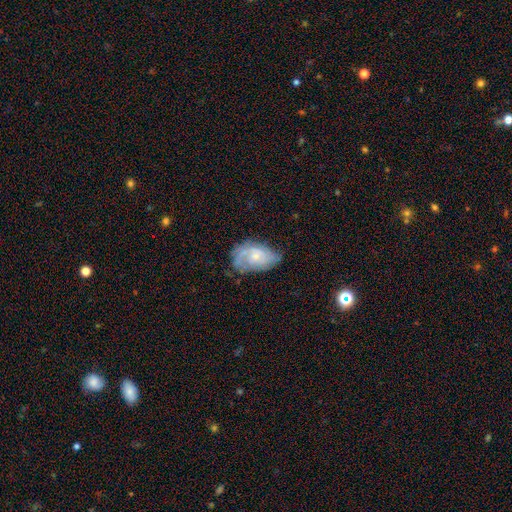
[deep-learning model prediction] A featured or disk galaxy (63%) with no bar (69%), spiral arms (82%) and a small central bulge (61%).

Vote fractions:
- Smooth or featured? featured or disk: 63% / smooth: 30% / star or artifact: 7%
- Edge-on disk? no: 96% / yes: 4%
- Bar? no: 69% / weak: 27% / strong: 4%
- Spiral arms? yes: 82% / no: 18%
- Bulge size? small: 61% / moderate: 30% / none: 6% / large: 2% / dominant: 1%
- Merging? none: 51% / minor disturbance: 31% / major disturbance: 15% / merger: 3%